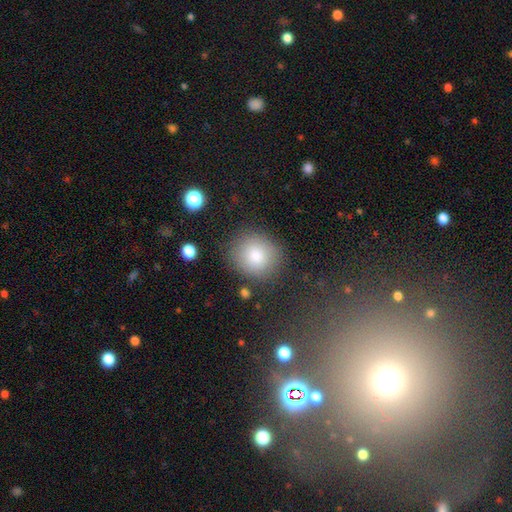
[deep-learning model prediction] This is clearly a smooth galaxy (82%). How rounded: clearly round (84%). Merging: clearly none (81%).